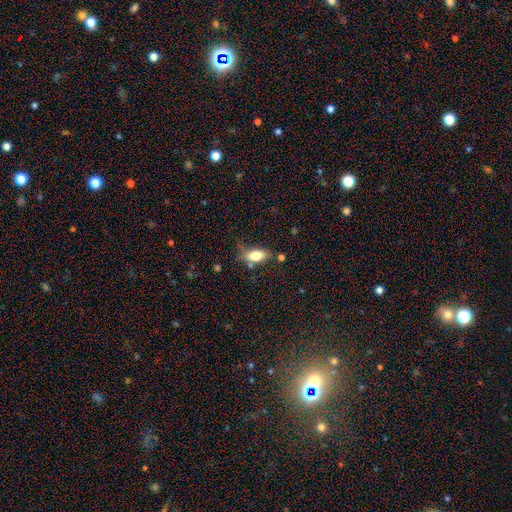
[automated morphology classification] Smooth or featured?
  - smooth: 77% *
  - featured or disk: 15%
  - star or artifact: 8%
How rounded?
  - in between: 85% *
  - cigar-shaped: 11%
  - round: 4%
Merging?
  - none: 55% *
  - minor disturbance: 26%
  - major disturbance: 11%
  - merger: 8%